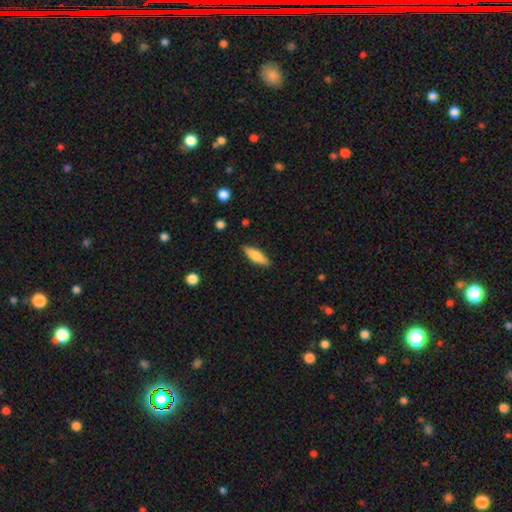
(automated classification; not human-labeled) Morphology: type=smooth (74%); roundness=in between (49%, tied with cigar-shaped); merging=none (87%).